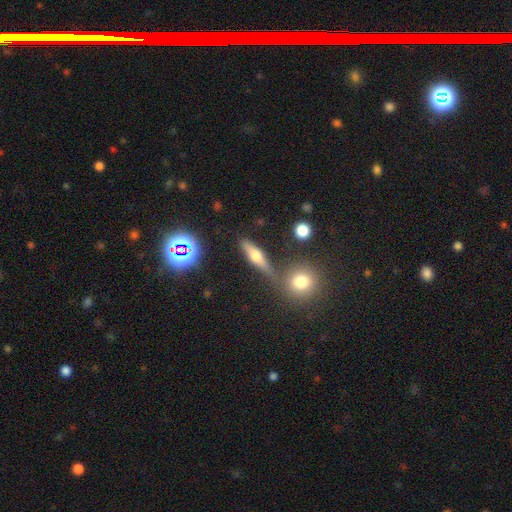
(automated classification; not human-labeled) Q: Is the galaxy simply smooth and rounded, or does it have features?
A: featured or disk — 44%.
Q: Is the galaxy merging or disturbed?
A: none — 69%.